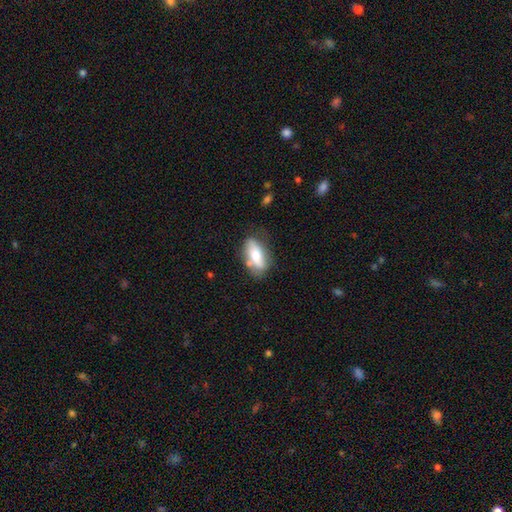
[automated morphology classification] A smooth galaxy with no disk features (68%) that is in between round and cigar-shaped (80%). Merging: none (61%).